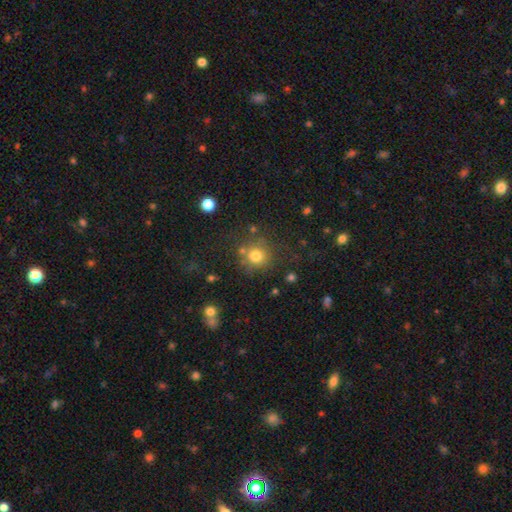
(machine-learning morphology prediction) Smooth or featured? Predicted: smooth (p=0.77). How rounded? Predicted: round (p=0.90). Merging? Predicted: none (p=0.75).